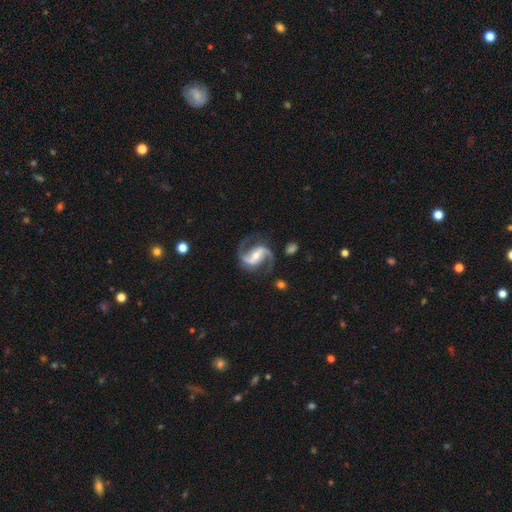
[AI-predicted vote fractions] featured or disk 92%, star or artifact 4%, smooth 4%. Down the decision tree: edge-on disk — no (98%); bar — strong (48%); spiral arms — yes (98%); spiral arm count — 2 (94%); spiral winding — medium (56%); bulge size — moderate (56%); merging — none (79%).